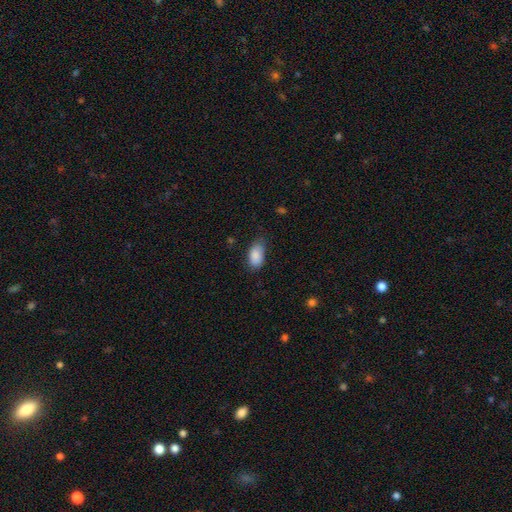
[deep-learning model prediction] Overall: smooth (88%). How rounded: in between (93%). Merging: none (68%).